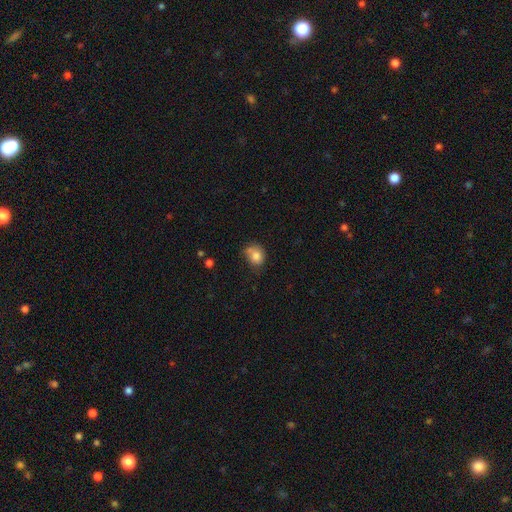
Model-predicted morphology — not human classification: This is likely a smooth galaxy (78%). How rounded: possibly round (58%). Merging: possibly none (50%).